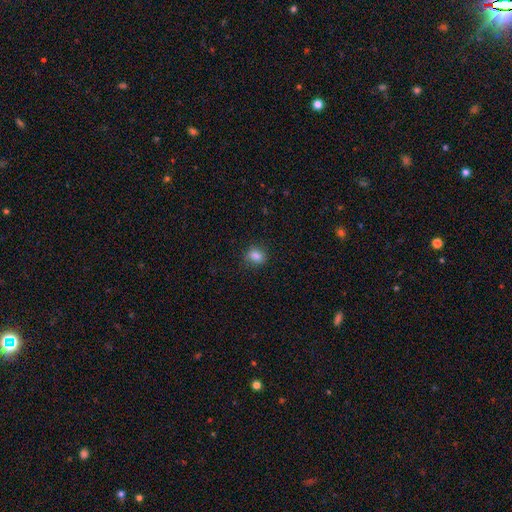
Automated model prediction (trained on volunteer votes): smooth_or_featured: smooth (p=0.84) [alt: star or artifact p=0.11]
how_rounded: in between (p=0.54) [alt: round p=0.45]
merging: none (p=0.82) [alt: minor disturbance p=0.13]